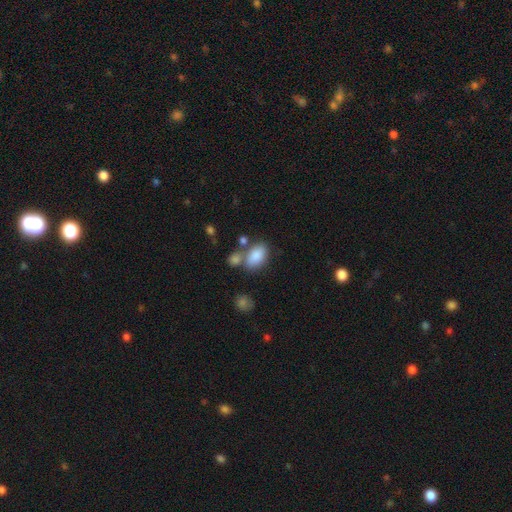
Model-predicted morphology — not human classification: smooth-or-featured: smooth: 84% | star or artifact: 8% | featured or disk: 8%
  how-rounded: in between: 90% | round: 8% | cigar-shaped: 2%
  merging: none: 55% | merger: 24% | minor disturbance: 15% | major disturbance: 6%